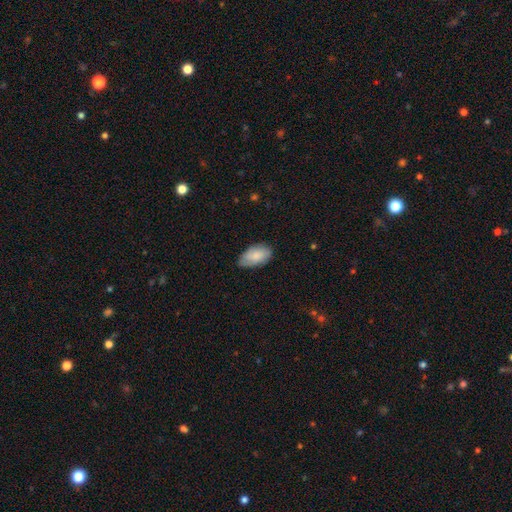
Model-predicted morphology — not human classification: smooth_or_featured: smooth (p=0.78) [alt: featured or disk p=0.16]
how_rounded: in between (p=0.94) [alt: round p=0.04]
merging: none (p=0.70) [alt: minor disturbance p=0.25]